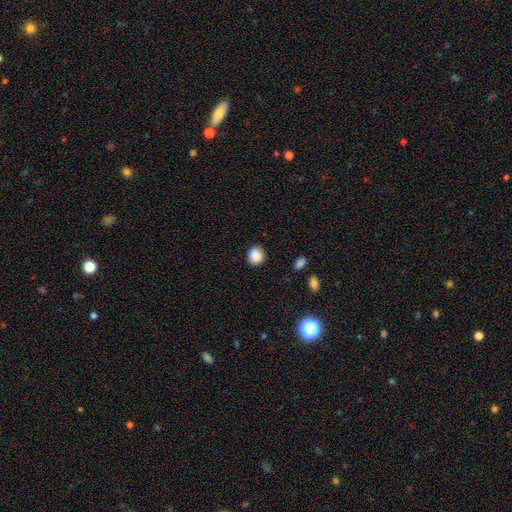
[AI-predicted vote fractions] Q: Smooth or featured?
A: smooth (88%); runner-up: star or artifact (9%)
Q: How rounded?
A: round (73%); runner-up: in between (26%)
Q: Merging?
A: none (88%); runner-up: minor disturbance (9%)